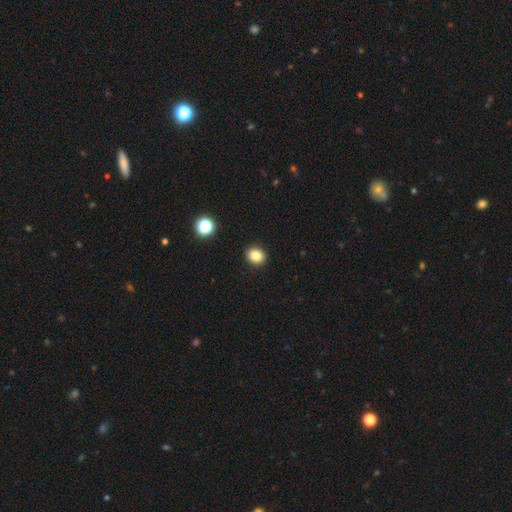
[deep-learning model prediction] Smooth or featured?
  - smooth: 84% *
  - star or artifact: 11%
  - featured or disk: 5%
How rounded?
  - round: 64% *
  - in between: 35%
  - cigar-shaped: 1%
Merging?
  - none: 92% *
  - minor disturbance: 5%
  - major disturbance: 2%
  - merger: 1%